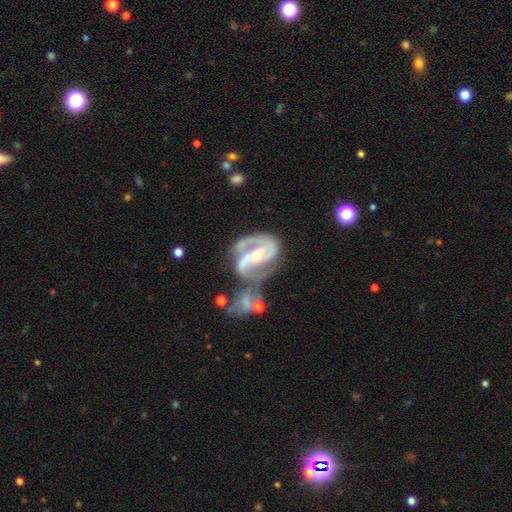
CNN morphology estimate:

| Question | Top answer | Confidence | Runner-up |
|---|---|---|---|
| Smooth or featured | featured or disk | 90% | smooth (5%) |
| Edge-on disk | no | 97% | yes (3%) |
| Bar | strong | 49% | weak (30%) |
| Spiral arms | yes | 96% | no (4%) |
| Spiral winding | medium | 53% | tight (30%) |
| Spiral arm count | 2 | 83% | 3 (6%) |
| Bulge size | small | 52% | moderate (44%) |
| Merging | none | 36% | merger (26%) |